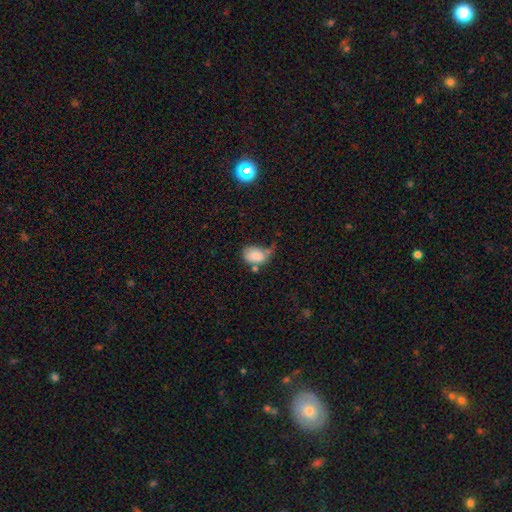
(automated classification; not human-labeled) Overall: smooth (80%). How rounded: in between (76%). Merging: none (34%; minor disturbance 30%).